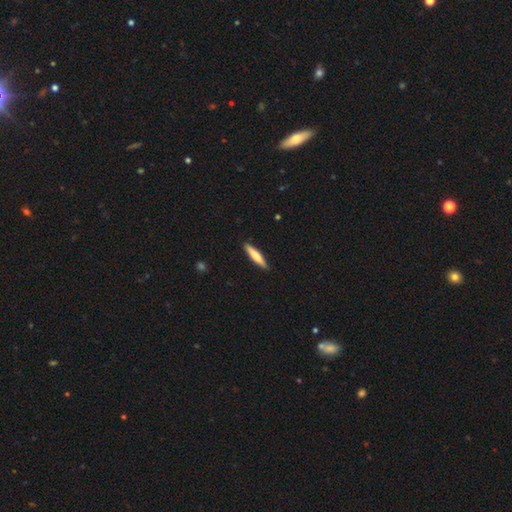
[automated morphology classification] Q: Smooth or featured?
A: smooth (70%); runner-up: featured or disk (25%)
Q: How rounded?
A: cigar-shaped (87%); runner-up: in between (11%)
Q: Merging?
A: none (90%); runner-up: minor disturbance (7%)